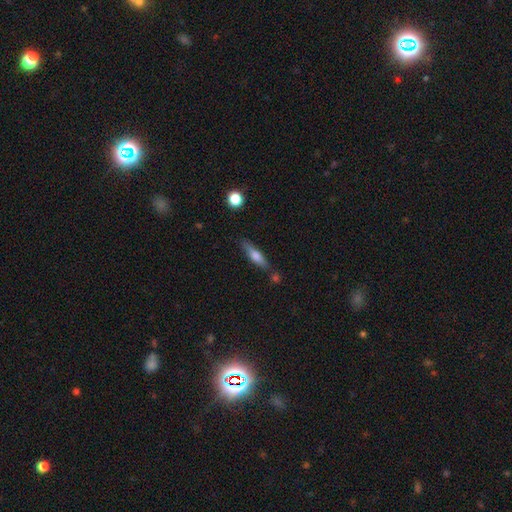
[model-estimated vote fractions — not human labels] Morphology: type=smooth (57%); roundness=cigar-shaped (74%); merging=none (74%).